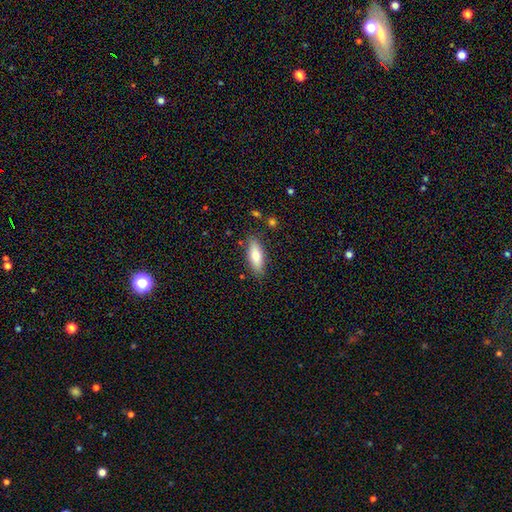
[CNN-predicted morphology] This appears to be a smooth galaxy with no disk features (75%) that is in between round and cigar-shaped (63%). Merging: none (83%).